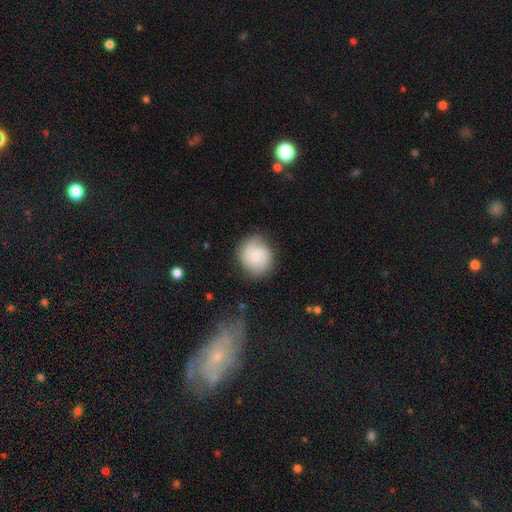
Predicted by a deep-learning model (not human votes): smooth_or_featured: smooth (p=0.65) [alt: featured or disk p=0.27]
how_rounded: round (p=0.83) [alt: in between p=0.16]
merging: none (p=0.75) [alt: minor disturbance p=0.17]